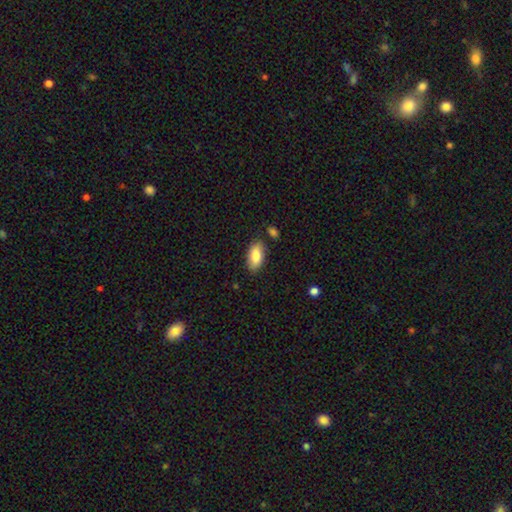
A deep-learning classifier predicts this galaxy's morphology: Overall: smooth (85%). How rounded: in between (92%). Merging: none (78%).